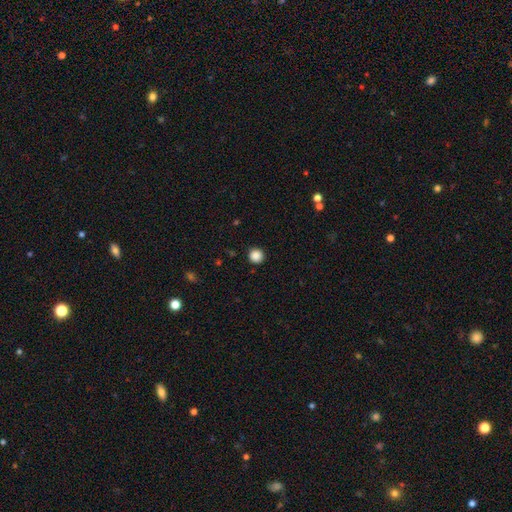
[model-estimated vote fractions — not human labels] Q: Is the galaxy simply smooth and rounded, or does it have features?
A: smooth — 87%.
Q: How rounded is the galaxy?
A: round — 95%.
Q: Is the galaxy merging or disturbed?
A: none — 92%.